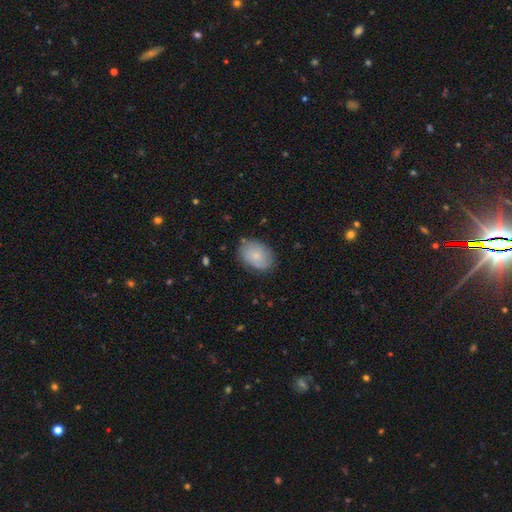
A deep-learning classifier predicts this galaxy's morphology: smooth_or_featured: smooth (p=0.73) [alt: featured or disk p=0.20]
how_rounded: in between (p=0.78) [alt: round p=0.21]
merging: none (p=0.77) [alt: minor disturbance p=0.17]